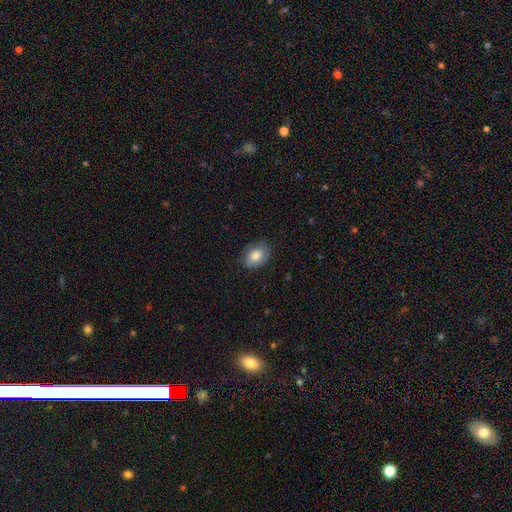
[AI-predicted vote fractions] smooth-or-featured: smooth: 82% | featured or disk: 11% | star or artifact: 7%
  how-rounded: in between: 77% | round: 22% | cigar-shaped: 1%
  merging: none: 81% | minor disturbance: 15% | major disturbance: 3% | merger: 1%